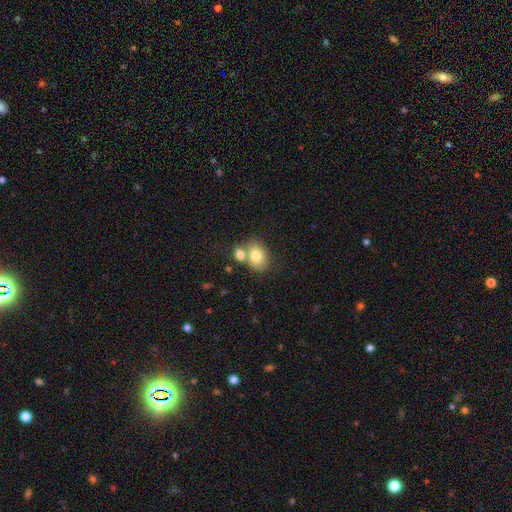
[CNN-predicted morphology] This appears to be a smooth galaxy with no disk features (78%) that is in between round and cigar-shaped (63%). Merging: none (45%).